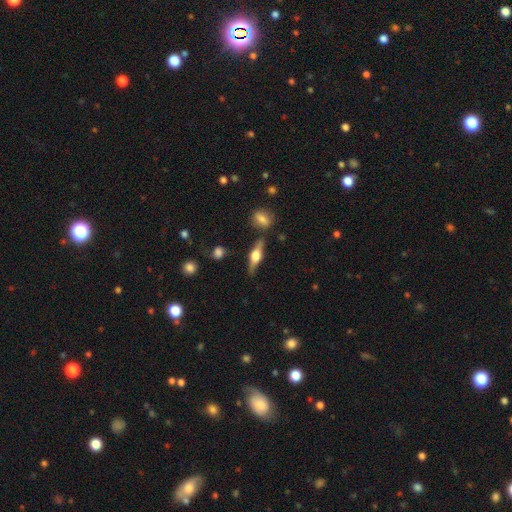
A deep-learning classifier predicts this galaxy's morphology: Smooth or featured? featured or disk (62%)
Edge-on disk? yes (94%)
Edge-on bulge? rounded (90%)
Merging? none (79%)